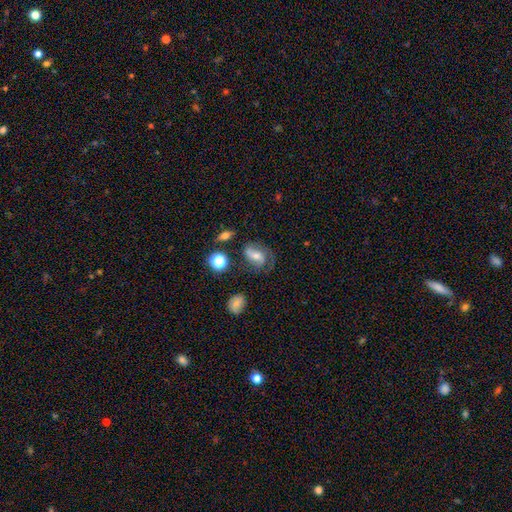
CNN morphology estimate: The model was most divided on "bar": weak: 43%, no: 35%, strong: 22%. Remaining: edge-on disk — no (96%); spiral arms — yes (88%); spiral arm count — 2 (68%); smooth or featured — featured or disk (64%); merging — none (57%); bulge size — moderate (53%); spiral winding — medium (45%).